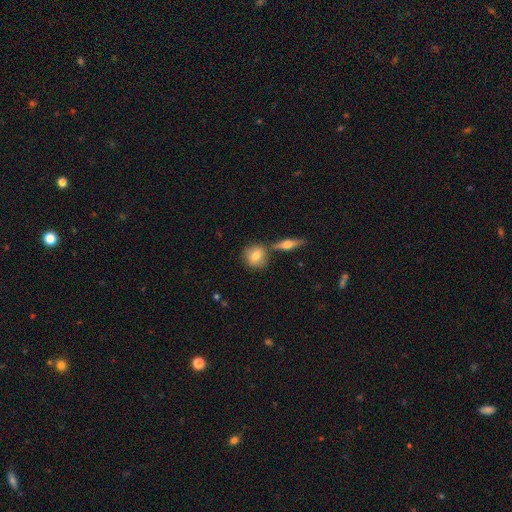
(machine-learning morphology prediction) Smooth or featured? Predicted: smooth (p=0.75). How rounded? Predicted: round (p=0.81). Merging? Predicted: none (p=0.65).